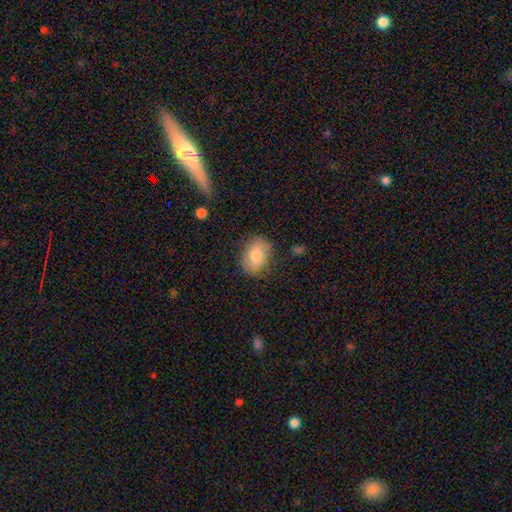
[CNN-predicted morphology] The model was most divided on "how rounded": in between: 77%, round: 22%, cigar-shaped: 1%. More confident: merging — none (79%); smooth or featured — smooth (75%).